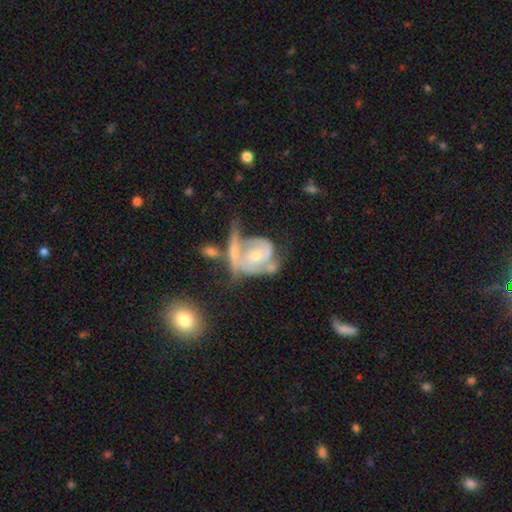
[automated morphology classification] Overall: featured or disk (75%). Edge-on disk: no (96%). Bar: no (69%). Spiral arms: yes (78%). Spiral arm count: 2 (42%; can't tell 28%). Spiral winding: tight (46%; medium 35%). Bulge size: small (49%; moderate 45%). Merging: major disturbance (29%; merger 28%).